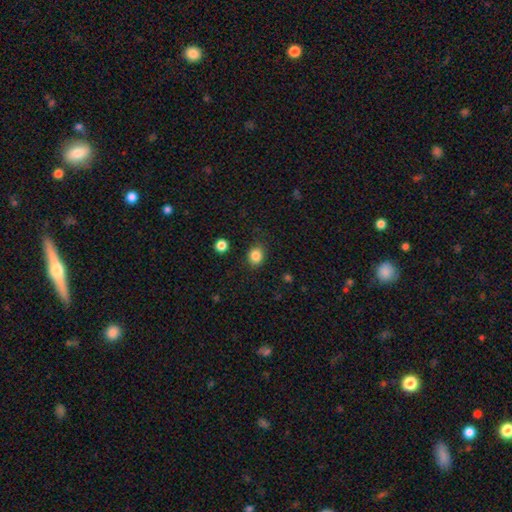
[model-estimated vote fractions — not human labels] Smooth or featured: smooth — 85% (star or artifact — 11%)
How rounded: round — 65% (in between — 34%)
Merging: none — 84% (minor disturbance — 11%)